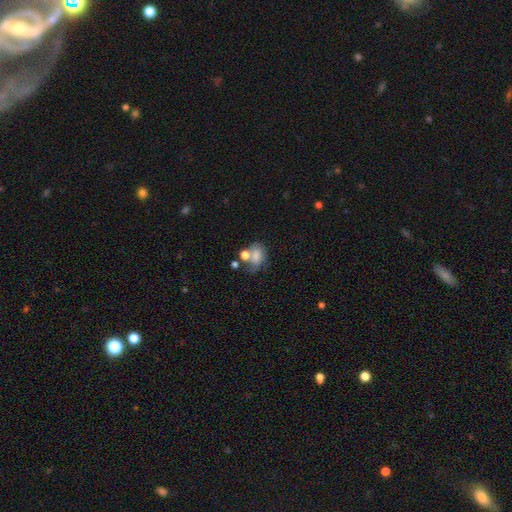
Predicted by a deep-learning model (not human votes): Overall: smooth (67%). How rounded: in between (71%). Merging: merger (37%; none 28%).